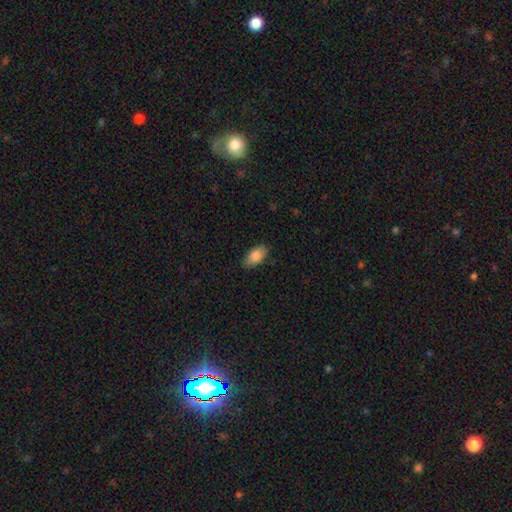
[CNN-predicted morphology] Smooth or featured?
  - smooth: 85% *
  - featured or disk: 8%
  - star or artifact: 7%
How rounded?
  - in between: 92% *
  - cigar-shaped: 4%
  - round: 3%
Merging?
  - none: 84% *
  - minor disturbance: 13%
  - major disturbance: 3%
  - merger: 1%